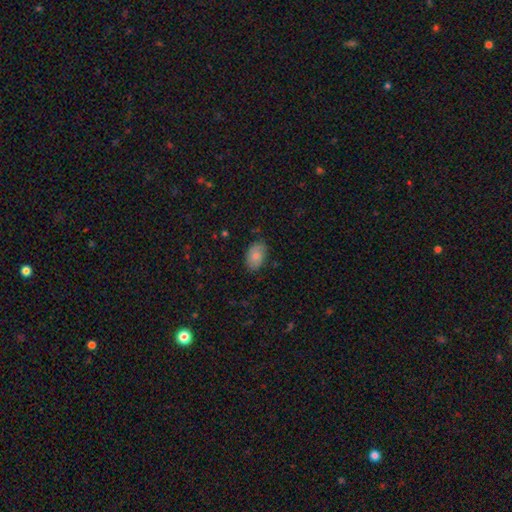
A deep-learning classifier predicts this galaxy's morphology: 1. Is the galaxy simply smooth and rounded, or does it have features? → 82% smooth, 11% featured or disk, 7% star or artifact.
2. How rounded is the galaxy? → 88% in between, 11% round, 1% cigar-shaped.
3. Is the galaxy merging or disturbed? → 77% none, 18% minor disturbance, 4% major disturbance, 1% merger.